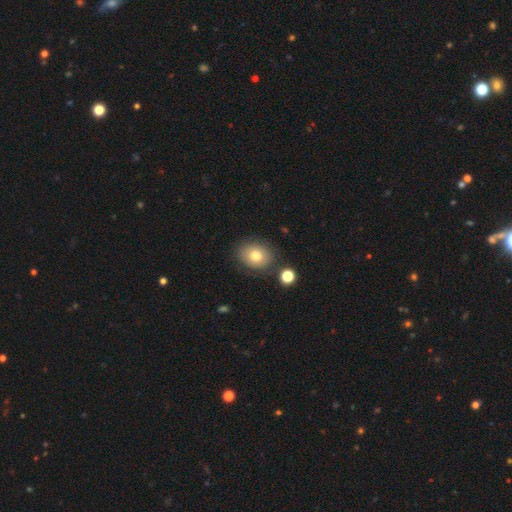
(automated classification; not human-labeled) A smooth galaxy with no disk features (77%) that is round (55%).

Vote fractions:
- Smooth or featured? smooth: 77% / featured or disk: 13% / star or artifact: 10%
- How rounded? round: 55% / in between: 44% / cigar-shaped: 1%
- Merging? none: 80% / minor disturbance: 12% / merger: 4% / major disturbance: 3%